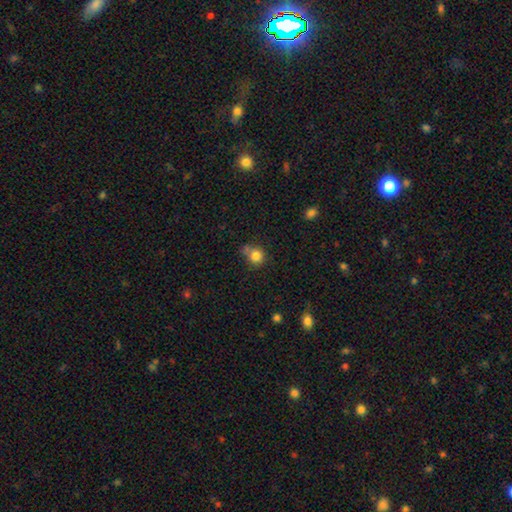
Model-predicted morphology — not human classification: Q: Smooth or featured?
A: smooth (81%); runner-up: star or artifact (11%)
Q: How rounded?
A: round (82%); runner-up: in between (17%)
Q: Merging?
A: none (57%); runner-up: minor disturbance (20%)